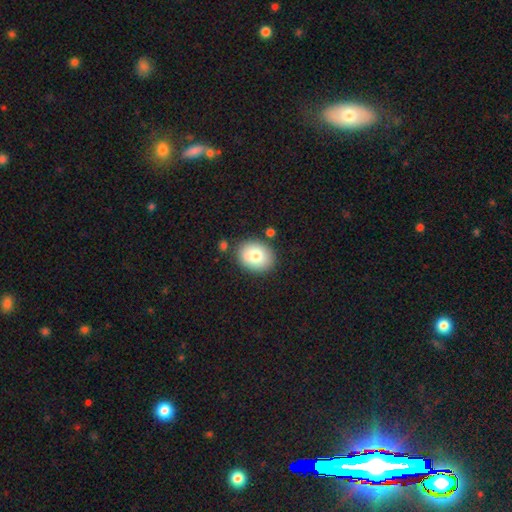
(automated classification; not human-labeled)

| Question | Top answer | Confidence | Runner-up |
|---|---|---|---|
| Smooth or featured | smooth | 79% | featured or disk (13%) |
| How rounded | round | 51% | in between (48%) |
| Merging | none | 82% | minor disturbance (10%) |